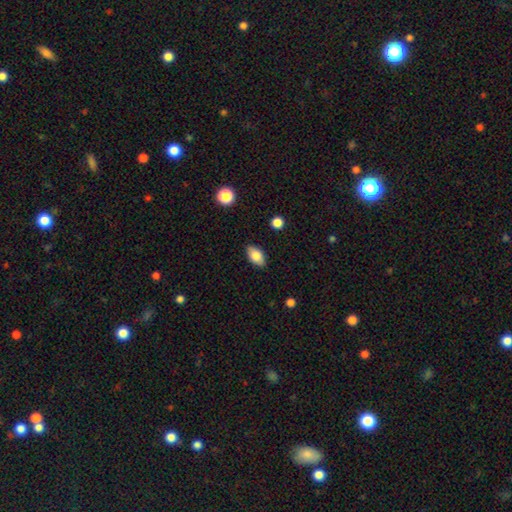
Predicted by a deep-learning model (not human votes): Q: Smooth or featured?
A: smooth (81%); runner-up: featured or disk (12%)
Q: How rounded?
A: in between (91%); runner-up: round (6%)
Q: Merging?
A: none (87%); runner-up: minor disturbance (10%)